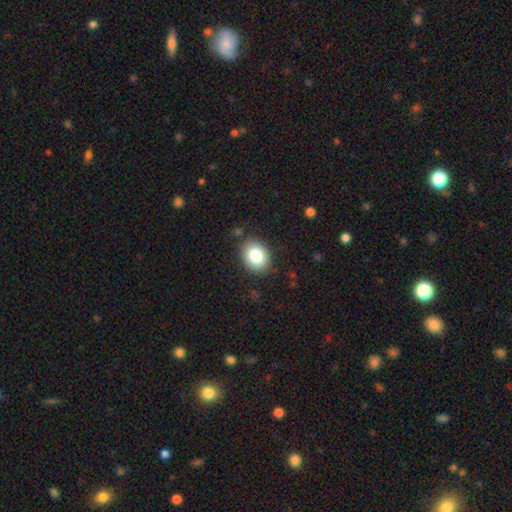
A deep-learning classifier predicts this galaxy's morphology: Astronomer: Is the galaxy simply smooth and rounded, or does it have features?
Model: smooth — 83%.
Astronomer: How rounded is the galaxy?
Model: in between — 62%.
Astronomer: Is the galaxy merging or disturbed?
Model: none — 85%.